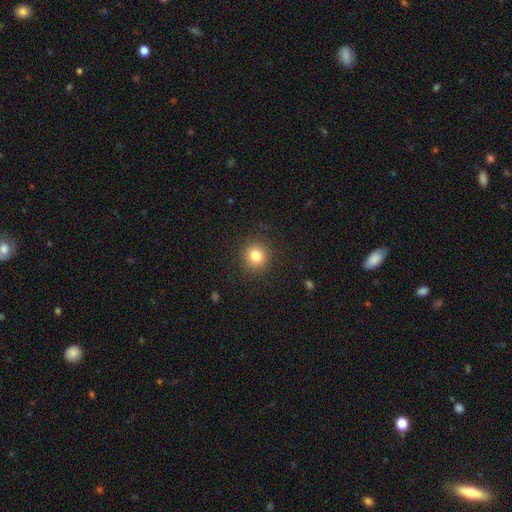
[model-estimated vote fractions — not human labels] Smooth or featured?
  - smooth: 81% *
  - star or artifact: 12%
  - featured or disk: 7%
How rounded?
  - round: 91% *
  - in between: 8%
  - cigar-shaped: 1%
Merging?
  - none: 90% *
  - minor disturbance: 7%
  - major disturbance: 3%
  - merger: 1%